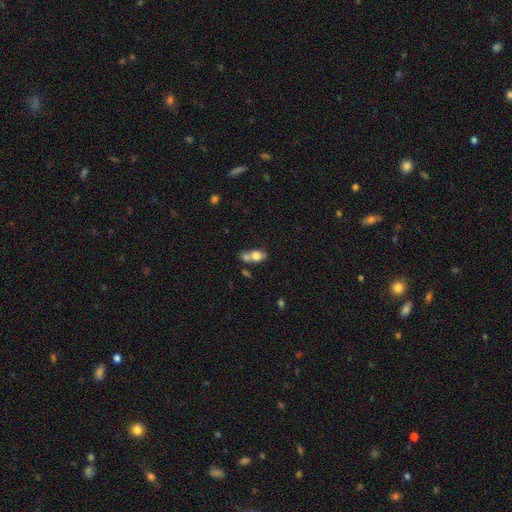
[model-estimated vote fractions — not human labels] smooth 74%, featured or disk 17%, star or artifact 9%. Down the decision tree: how rounded — in between (69%); merging — merger (53%).